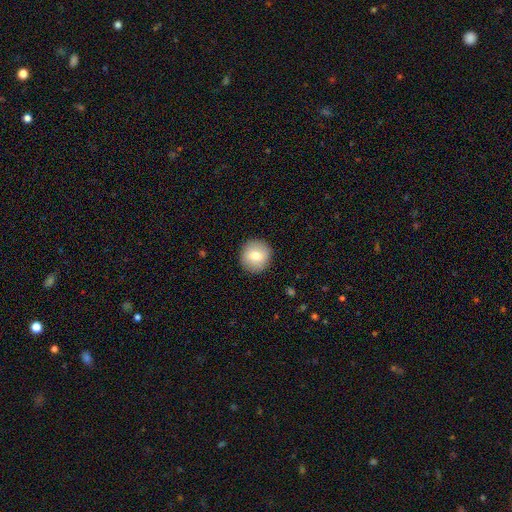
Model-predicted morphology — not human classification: type=smooth (76%); roundness=round (94%); merging=none (91%).